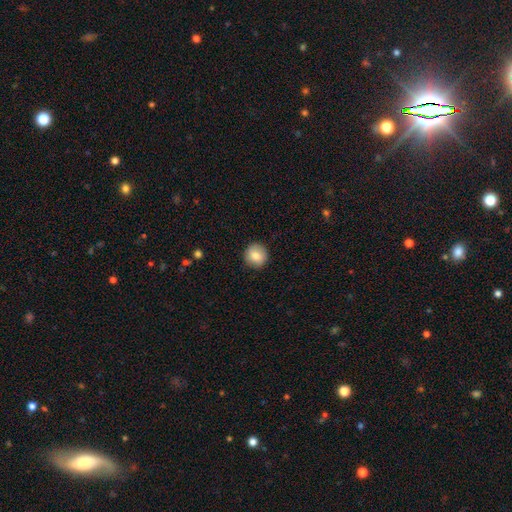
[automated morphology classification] A smooth galaxy with no disk features (81%) that is round (92%). Merging: none (90%).